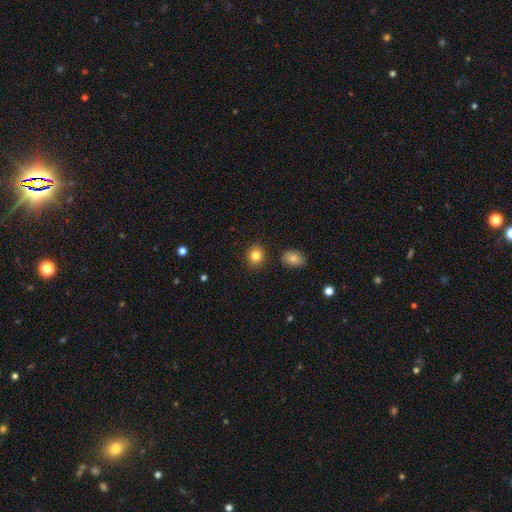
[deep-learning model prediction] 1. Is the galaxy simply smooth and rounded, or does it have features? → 83% smooth, 11% star or artifact, 6% featured or disk.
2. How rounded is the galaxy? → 77% round, 22% in between, 1% cigar-shaped.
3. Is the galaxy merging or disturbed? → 88% none, 7% minor disturbance, 2% merger, 2% major disturbance.